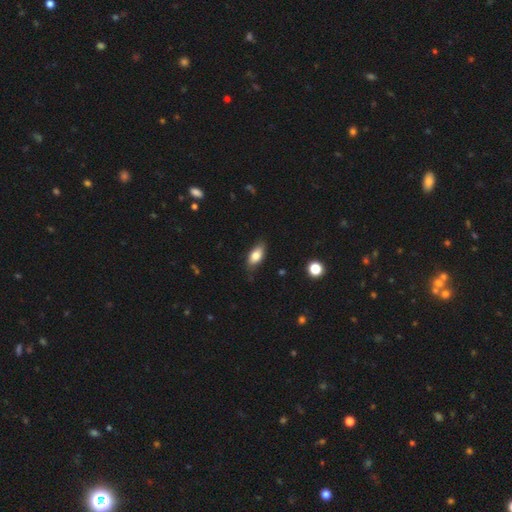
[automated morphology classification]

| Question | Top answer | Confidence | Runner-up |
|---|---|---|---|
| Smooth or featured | smooth | 78% | featured or disk (15%) |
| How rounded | in between | 87% | cigar-shaped (8%) |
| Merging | none | 76% | minor disturbance (19%) |